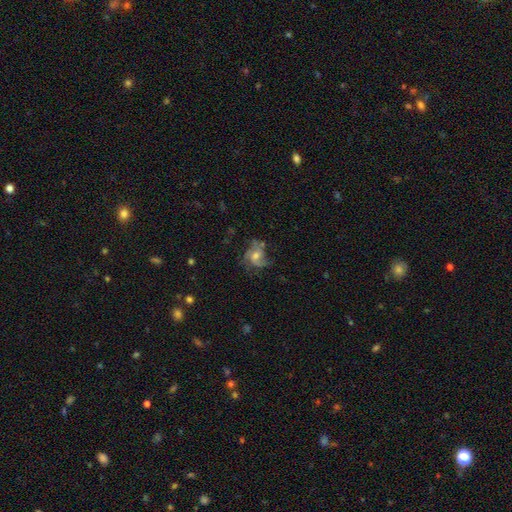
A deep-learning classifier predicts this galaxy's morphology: This appears to be a featured or disk galaxy (69%) with no bar (63%), 2 (35%) medium (46%) spiral arms (86%) and a moderate central bulge (61%). Merging: none (52%).